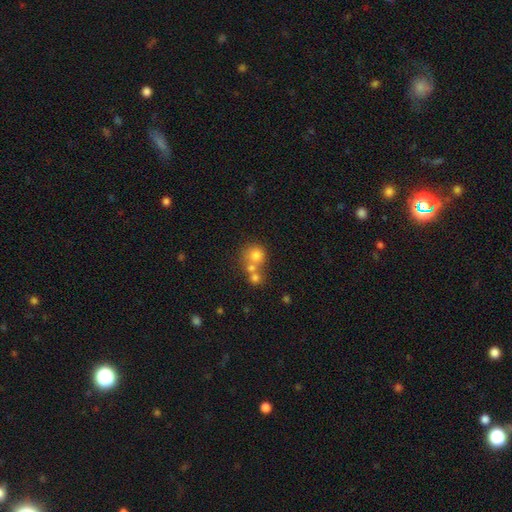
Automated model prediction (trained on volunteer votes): smooth_or_featured: smooth (p=0.72) [alt: featured or disk p=0.15]
how_rounded: round (p=0.86) [alt: in between p=0.13]
merging: merger (p=0.46) [alt: none p=0.42]